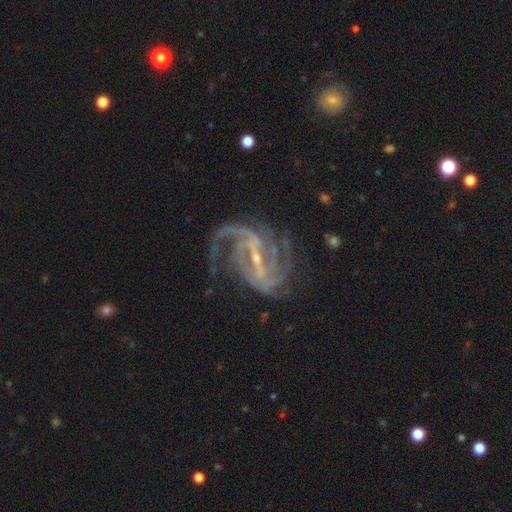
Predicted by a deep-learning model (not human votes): Smooth or featured? featured or disk (88%)
Edge-on disk? no (97%)
Bar? strong (54%)
Spiral arms? yes (97%)
Spiral winding? medium (47%)
Spiral arm count? 2 (63%)
Bulge size? small (76%)
Merging? none (60%)